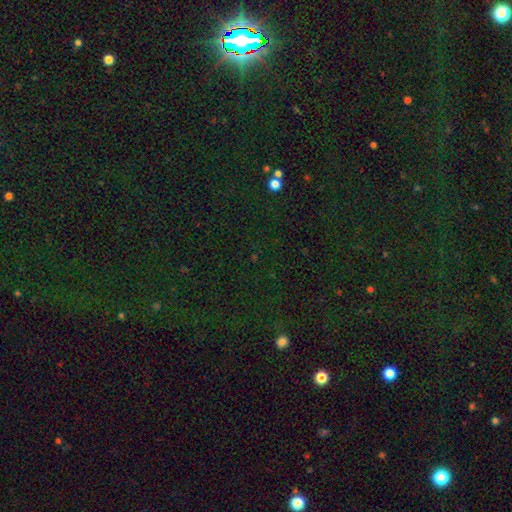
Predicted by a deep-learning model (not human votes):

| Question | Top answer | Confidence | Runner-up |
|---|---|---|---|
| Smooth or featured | star or artifact | 79% | smooth (14%) |